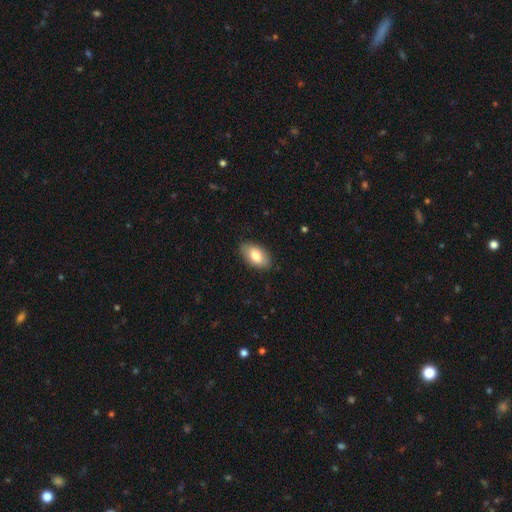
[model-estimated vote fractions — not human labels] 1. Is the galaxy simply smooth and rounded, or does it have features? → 78% smooth, 15% featured or disk, 7% star or artifact.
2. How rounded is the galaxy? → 93% in between, 5% round, 2% cigar-shaped.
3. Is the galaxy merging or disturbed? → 82% none, 14% minor disturbance, 3% major disturbance, 1% merger.